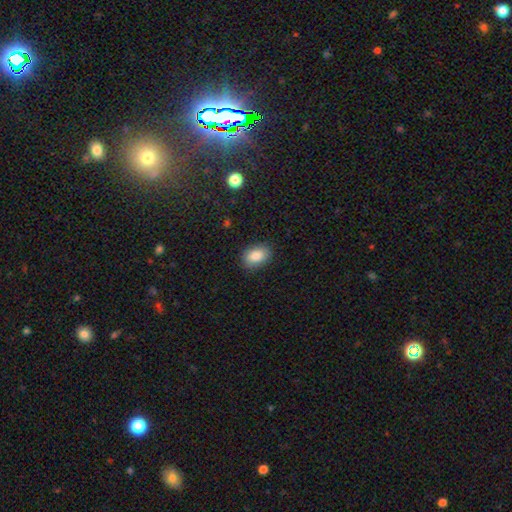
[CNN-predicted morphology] A smooth galaxy with no disk features (87%) that is in between round and cigar-shaped (83%).

Vote fractions:
- Smooth or featured? smooth: 87% / star or artifact: 8% / featured or disk: 5%
- How rounded? in between: 83% / round: 15% / cigar-shaped: 1%
- Merging? none: 85% / minor disturbance: 11% / major disturbance: 3% / merger: 1%